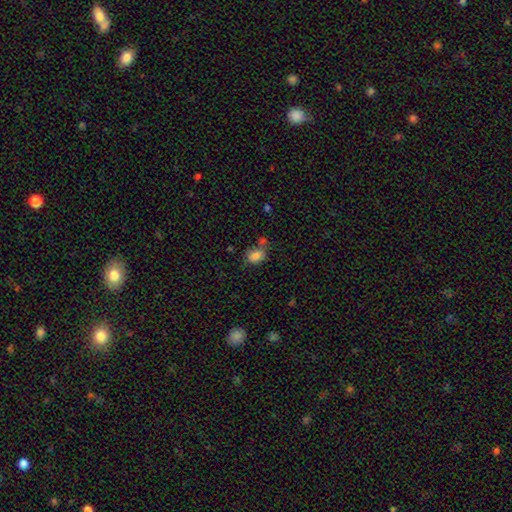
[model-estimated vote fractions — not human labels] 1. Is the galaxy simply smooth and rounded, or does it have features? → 82% smooth, 10% star or artifact, 7% featured or disk.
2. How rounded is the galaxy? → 69% in between, 30% round, 1% cigar-shaped.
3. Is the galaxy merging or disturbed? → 49% none, 23% merger, 20% minor disturbance, 8% major disturbance.